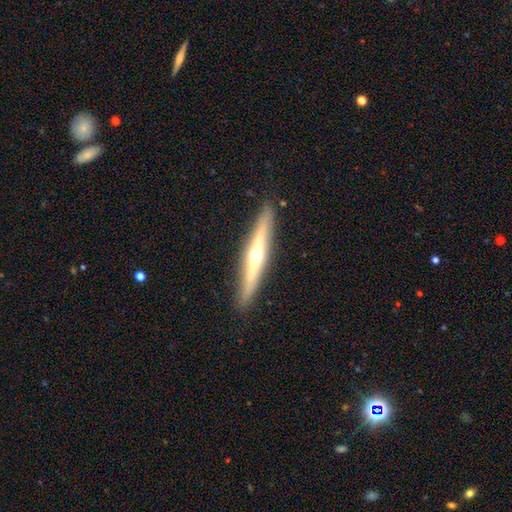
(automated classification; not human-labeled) A featured or disk galaxy (66%) viewed edge-on (95%) with a rounded central bulge (85%).

Vote fractions:
- Smooth or featured? featured or disk: 66% / smooth: 29% / star or artifact: 6%
- Edge-on disk? yes: 95% / no: 5%
- Edge-on bulge? rounded: 85% / none: 12% / boxy: 3%
- Merging? none: 91% / minor disturbance: 7% / major disturbance: 1% / merger: 1%